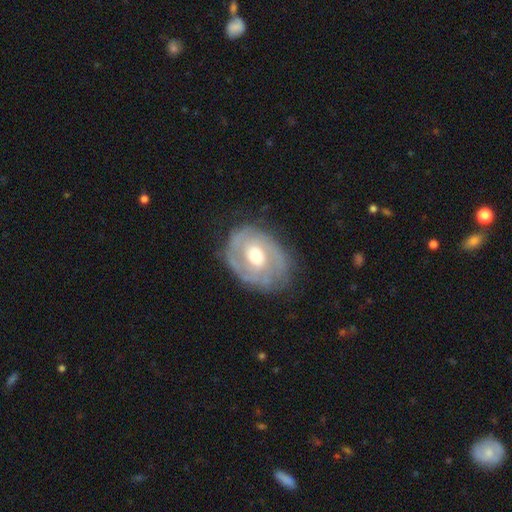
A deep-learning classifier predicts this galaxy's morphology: Overall: featured or disk (79%). Edge-on disk: no (96%). Bar: no (63%; weak 30%). Spiral arms: yes (84%). Spiral arm count: 2 (43%; can't tell 32%). Spiral winding: tight (64%; medium 27%). Bulge size: moderate (68%). Merging: none (70%).